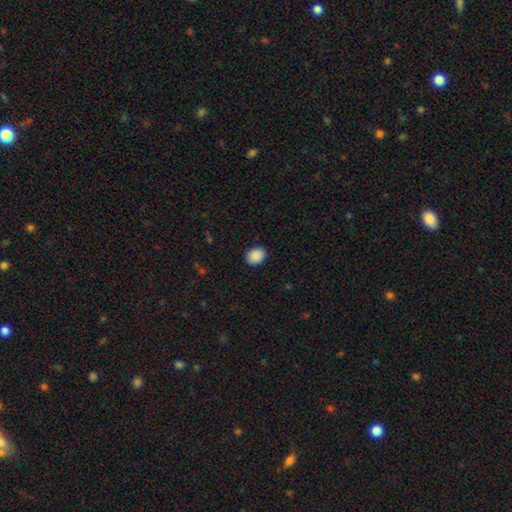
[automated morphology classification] The model was most divided on "how rounded": in between: 58%, round: 41%, cigar-shaped: 1%. More confident: smooth or featured — smooth (90%); merging — none (89%).